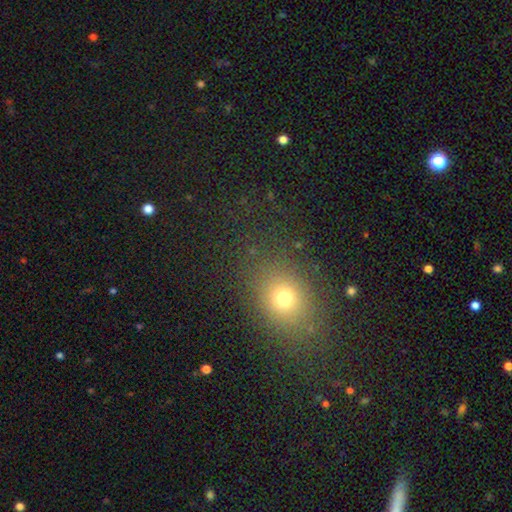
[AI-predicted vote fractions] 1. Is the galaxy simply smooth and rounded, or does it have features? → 64% smooth, 26% star or artifact, 10% featured or disk.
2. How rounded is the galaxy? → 49% round, 48% in between, 2% cigar-shaped.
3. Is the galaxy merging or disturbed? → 84% none, 10% minor disturbance, 5% major disturbance, 2% merger.